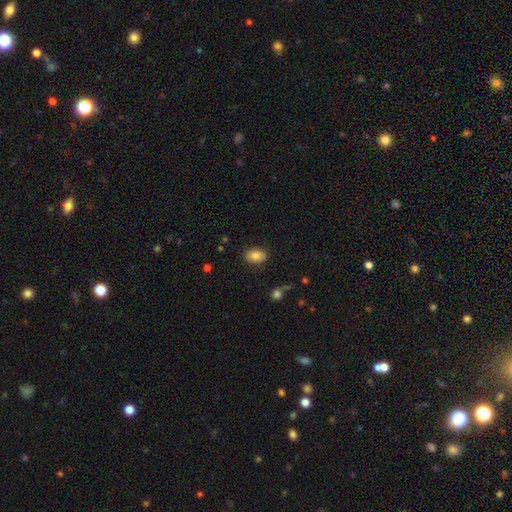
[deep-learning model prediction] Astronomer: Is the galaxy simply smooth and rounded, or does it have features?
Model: smooth — 83%.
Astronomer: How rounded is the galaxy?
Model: in between — 85%.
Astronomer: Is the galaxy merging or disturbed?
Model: none — 83%.